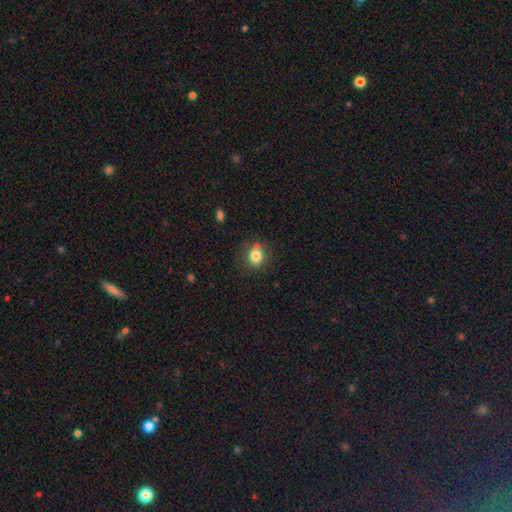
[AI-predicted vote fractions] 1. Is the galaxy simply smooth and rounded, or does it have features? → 81% smooth, 12% star or artifact, 7% featured or disk.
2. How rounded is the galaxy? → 79% round, 20% in between, 1% cigar-shaped.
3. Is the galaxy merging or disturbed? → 75% none, 14% minor disturbance, 8% merger, 4% major disturbance.